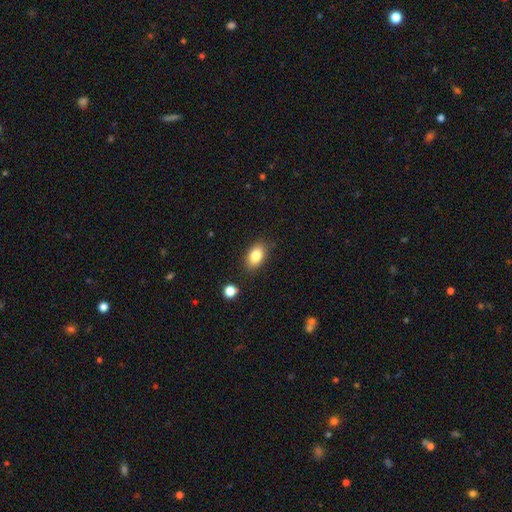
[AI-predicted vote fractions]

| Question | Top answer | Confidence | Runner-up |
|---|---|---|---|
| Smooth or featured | smooth | 82% | featured or disk (9%) |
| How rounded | in between | 87% | round (11%) |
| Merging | none | 84% | minor disturbance (11%) |